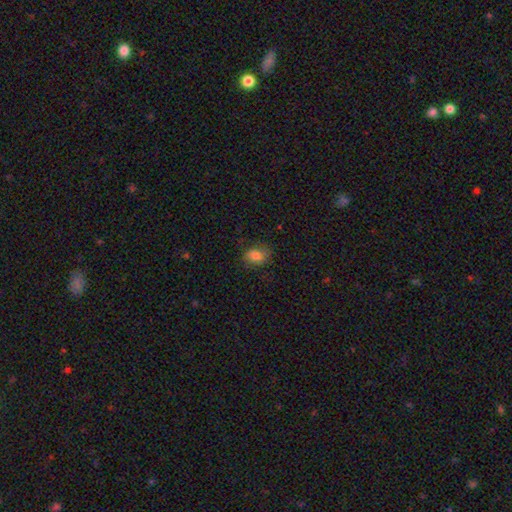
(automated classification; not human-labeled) Overall: smooth (78%). How rounded: in between (55%; round 44%). Merging: none (77%).